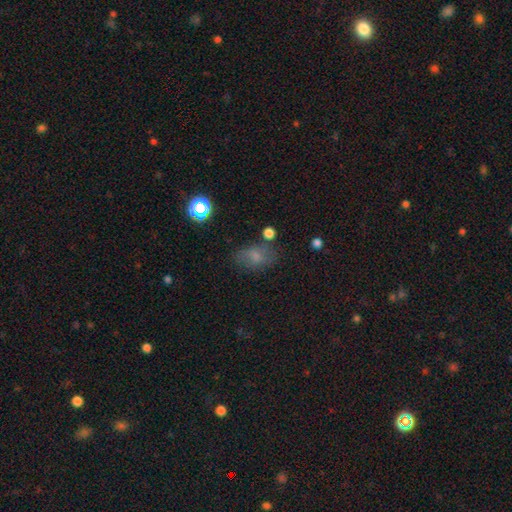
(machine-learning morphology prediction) The model was most divided on "merging": none: 60%, minor disturbance: 23%, major disturbance: 11%, merger: 7%. More confident: how rounded — in between (82%); smooth or featured — smooth (64%).